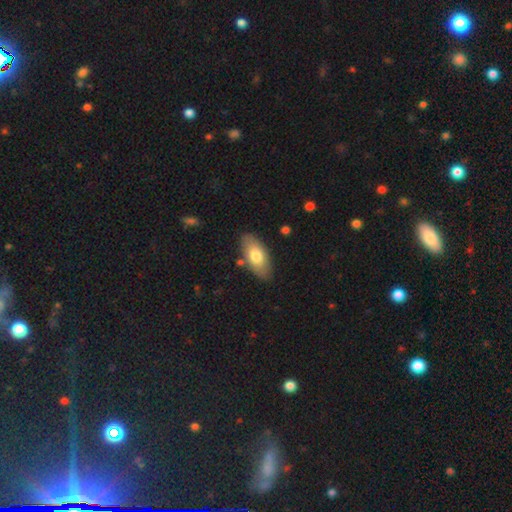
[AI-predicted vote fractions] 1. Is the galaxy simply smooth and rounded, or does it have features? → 73% smooth, 21% featured or disk, 5% star or artifact.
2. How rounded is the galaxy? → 90% in between, 7% cigar-shaped, 3% round.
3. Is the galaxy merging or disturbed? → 83% none, 12% minor disturbance, 3% merger, 3% major disturbance.